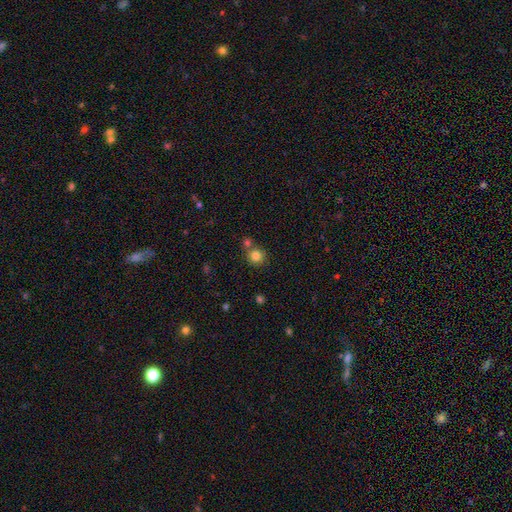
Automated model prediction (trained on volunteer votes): smooth-or-featured: smooth: 81% | star or artifact: 12% | featured or disk: 7%
  how-rounded: round: 90% | in between: 9% | cigar-shaped: 1%
  merging: none: 65% | merger: 24% | minor disturbance: 8% | major disturbance: 3%